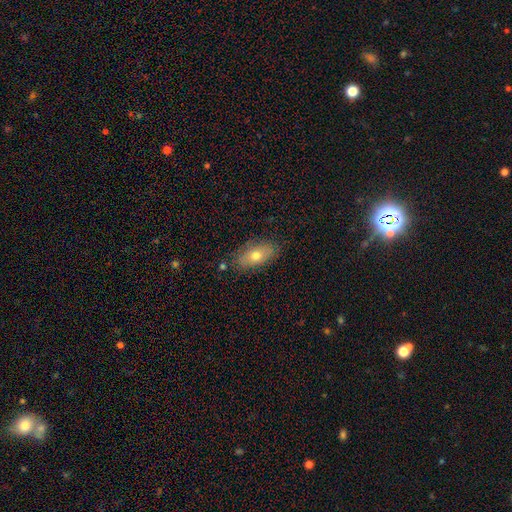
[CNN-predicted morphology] A smooth galaxy with no disk features (66%) that is in between round and cigar-shaped (89%). Merging: none (81%).